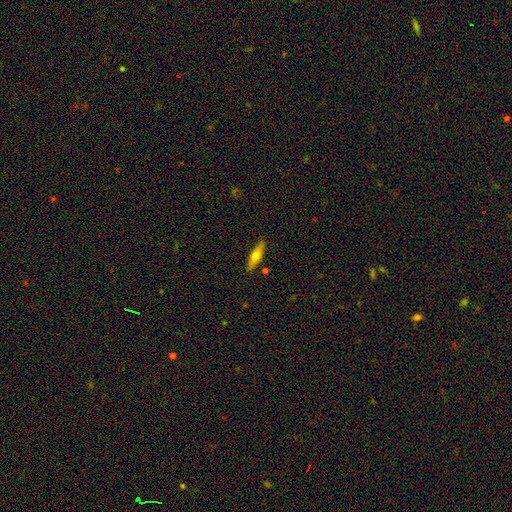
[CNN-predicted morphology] The model was most divided on "smooth or featured": smooth: 54%, featured or disk: 39%, star or artifact: 6%. More confident: merging — none (87%); how rounded — cigar-shaped (71%).